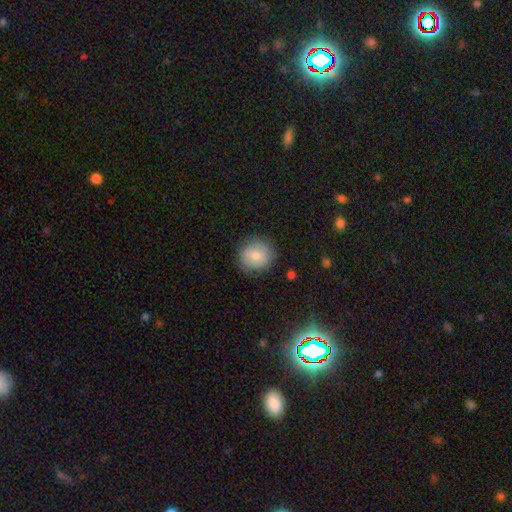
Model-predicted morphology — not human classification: This is likely a smooth galaxy (79%). How rounded: clearly round (87%). Merging: clearly none (83%).